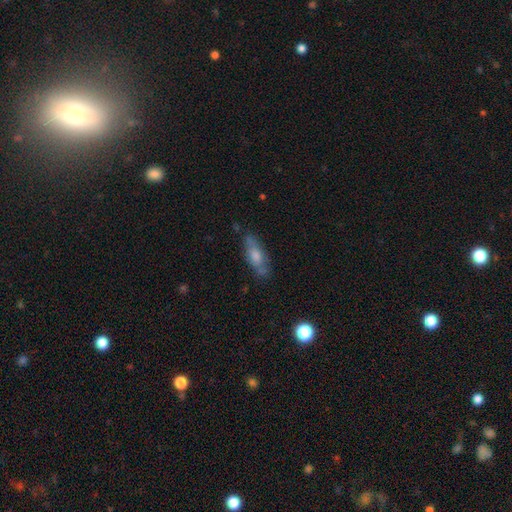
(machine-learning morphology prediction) smooth 59%, featured or disk 34%, star or artifact 8%. Down the decision tree: how rounded — in between (64%); merging — none (67%).